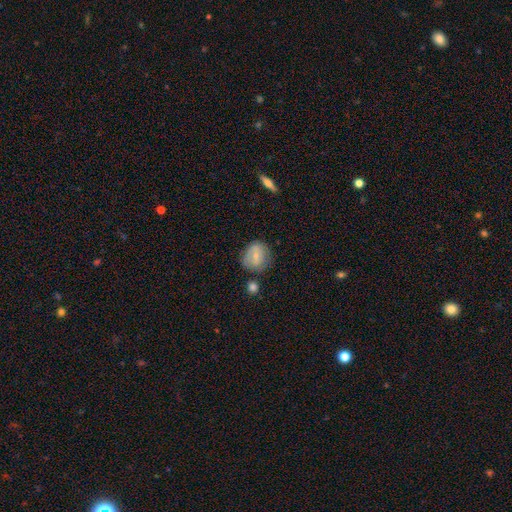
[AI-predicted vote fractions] A smooth galaxy with no disk features (61%) that is round (73%).

Vote fractions:
- Smooth or featured? smooth: 61% / featured or disk: 31% / star or artifact: 8%
- How rounded? round: 73% / in between: 25% / cigar-shaped: 1%
- Merging? none: 63% / minor disturbance: 23% / major disturbance: 8% / merger: 7%